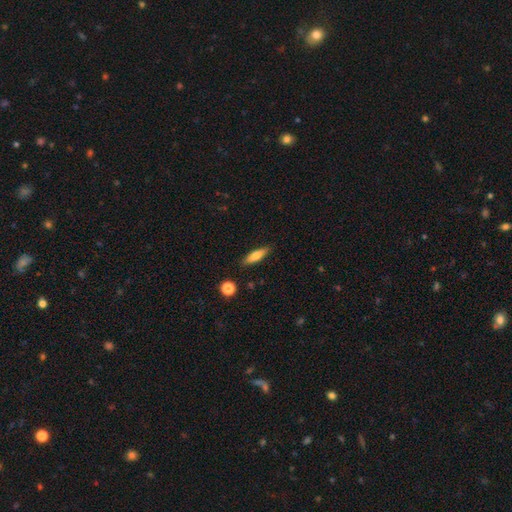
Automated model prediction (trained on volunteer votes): smooth_or_featured: smooth (p=0.70) [alt: featured or disk p=0.23]
how_rounded: cigar-shaped (p=0.63) [alt: in between p=0.34]
merging: none (p=0.87) [alt: minor disturbance p=0.09]